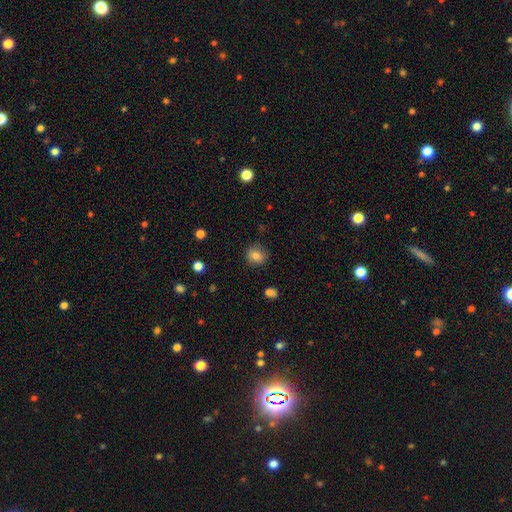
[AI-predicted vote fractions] smooth-or-featured: smooth: 82% | star or artifact: 10% | featured or disk: 8%
  how-rounded: round: 85% | in between: 14% | cigar-shaped: 1%
  merging: none: 87% | minor disturbance: 10% | major disturbance: 2% | merger: 1%